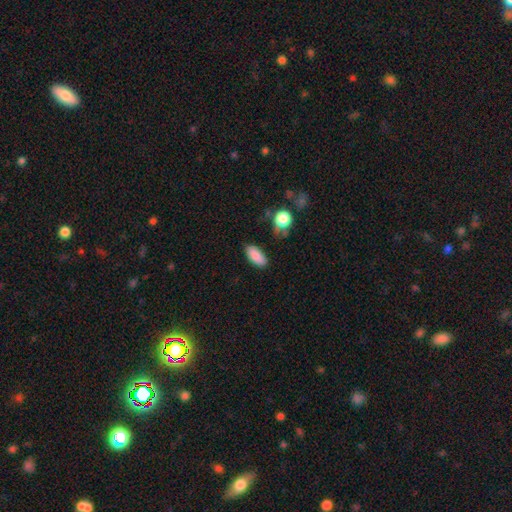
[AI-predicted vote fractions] This appears to be a smooth galaxy with no disk features (87%) that is in between round and cigar-shaped (87%). Merging: none (80%).